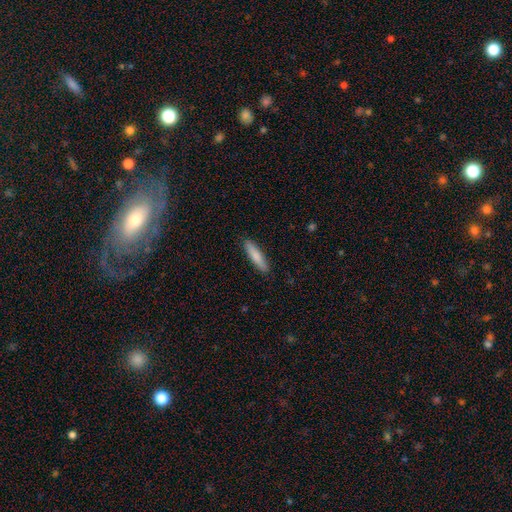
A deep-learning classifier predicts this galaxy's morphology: Smooth or featured?
  - smooth: 82% *
  - featured or disk: 12%
  - star or artifact: 5%
How rounded?
  - cigar-shaped: 83% *
  - in between: 16%
  - round: 1%
Merging?
  - none: 89% *
  - minor disturbance: 8%
  - major disturbance: 2%
  - merger: 1%